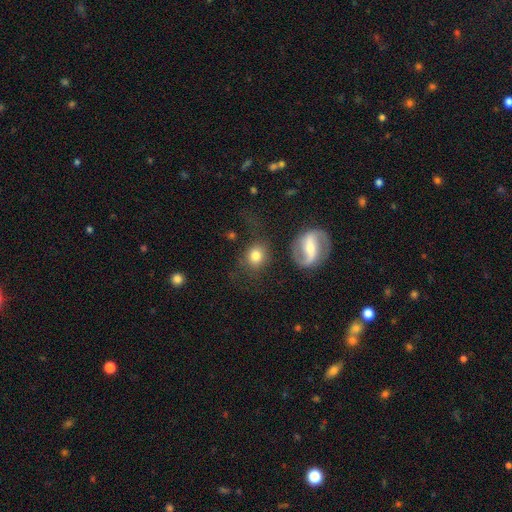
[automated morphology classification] A smooth galaxy with no disk features (71%) that is round (70%).

Vote fractions:
- Smooth or featured? smooth: 71% / featured or disk: 21% / star or artifact: 8%
- How rounded? round: 70% / in between: 28% / cigar-shaped: 2%
- Merging? none: 70% / minor disturbance: 15% / major disturbance: 8% / merger: 7%